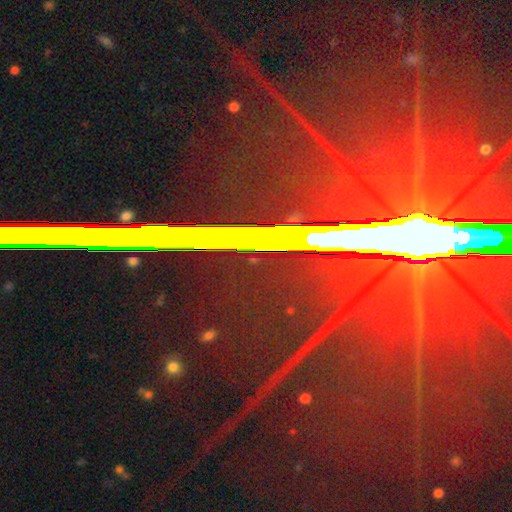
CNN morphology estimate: This appears to be a star or artifact, not a galaxy (85%).